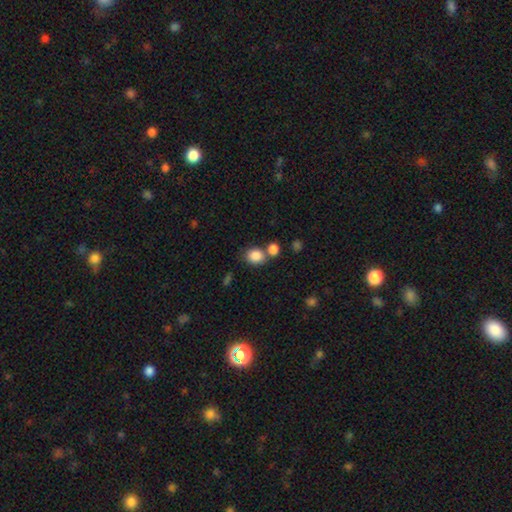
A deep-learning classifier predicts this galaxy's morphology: Smooth or featured? Predicted: smooth (p=0.86). How rounded? Predicted: round (p=0.62). Merging? Predicted: none (p=0.58).